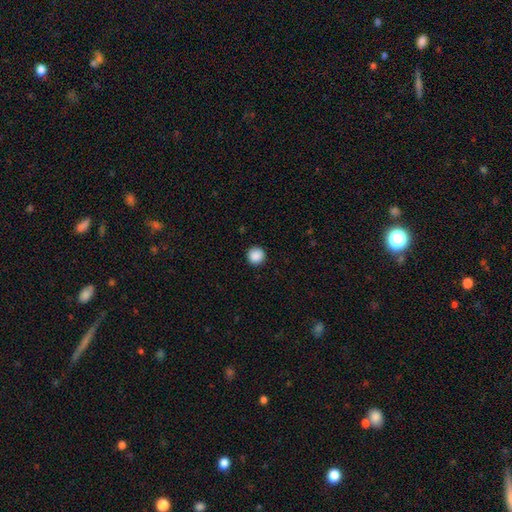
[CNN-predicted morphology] Overall: smooth (89%). How rounded: round (95%). Merging: none (92%).